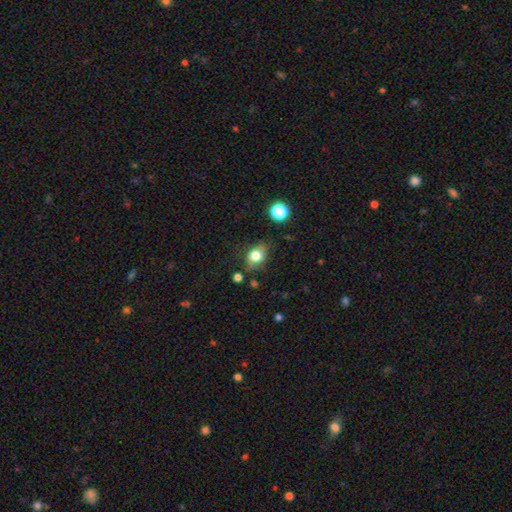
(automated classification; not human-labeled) A smooth galaxy with no disk features (76%) that is in between round and cigar-shaped (56%). Merging: none (68%).